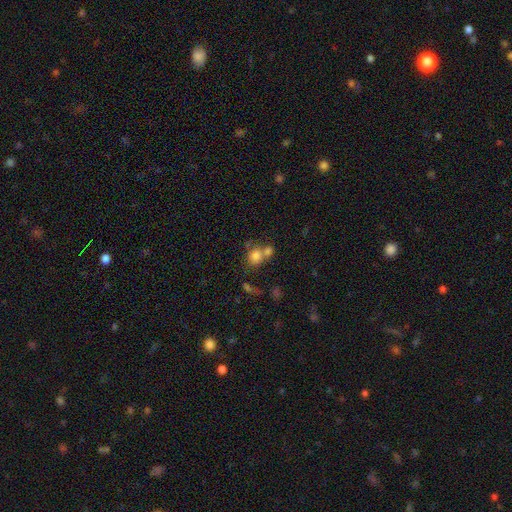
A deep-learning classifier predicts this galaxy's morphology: Smooth or featured: smooth — 77% (featured or disk — 12%)
How rounded: round — 74% (in between — 25%)
Merging: merger — 46% (none — 38%)